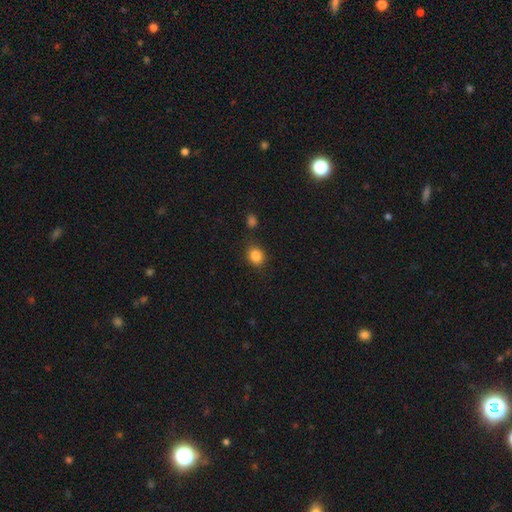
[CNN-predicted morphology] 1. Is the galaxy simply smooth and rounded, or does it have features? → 84% smooth, 10% star or artifact, 5% featured or disk.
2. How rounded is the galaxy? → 62% round, 37% in between, 1% cigar-shaped.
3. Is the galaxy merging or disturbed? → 80% none, 12% minor disturbance, 4% merger, 3% major disturbance.